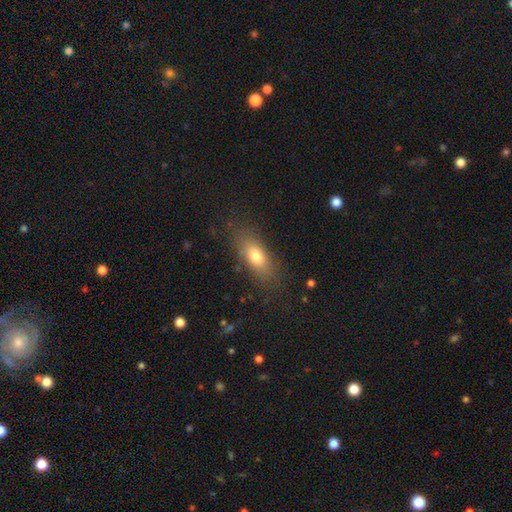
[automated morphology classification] A smooth galaxy with no disk features (73%) that is in between round and cigar-shaped (75%).

Vote fractions:
- Smooth or featured? smooth: 73% / featured or disk: 17% / star or artifact: 9%
- How rounded? in between: 75% / cigar-shaped: 18% / round: 7%
- Merging? none: 80% / minor disturbance: 13% / major disturbance: 5% / merger: 1%